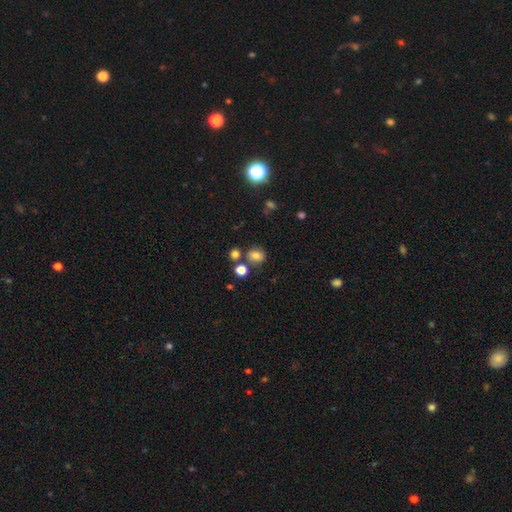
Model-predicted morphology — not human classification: This appears to be a smooth galaxy with no disk features (77%) that is round (72%). Merging: none (72%).